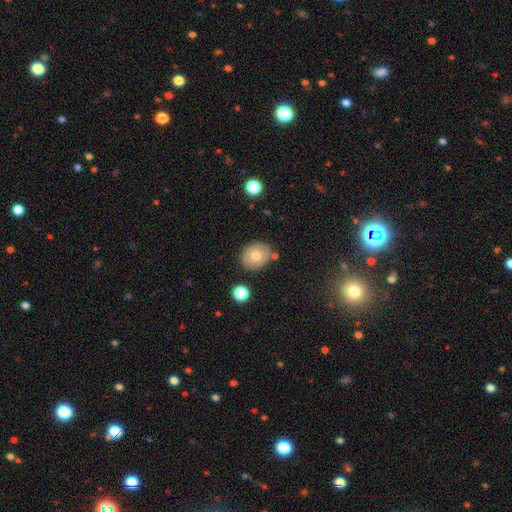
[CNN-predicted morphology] This is likely a smooth galaxy (73%). How rounded: likely round (62%). Merging: clearly none (81%).